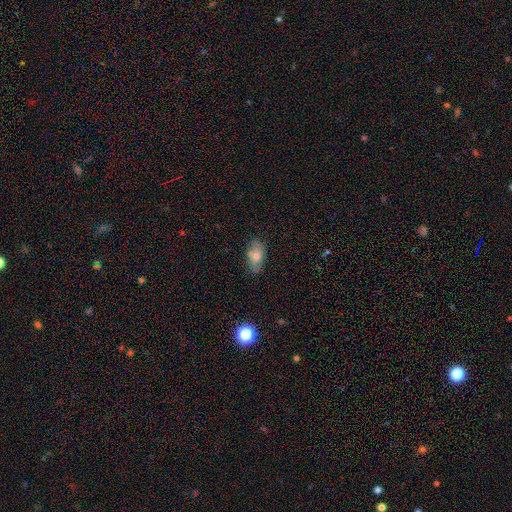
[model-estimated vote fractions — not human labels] Q: Smooth or featured?
A: smooth (63%); runner-up: featured or disk (26%)
Q: How rounded?
A: in between (88%); runner-up: round (7%)
Q: Merging?
A: none (77%); runner-up: minor disturbance (18%)